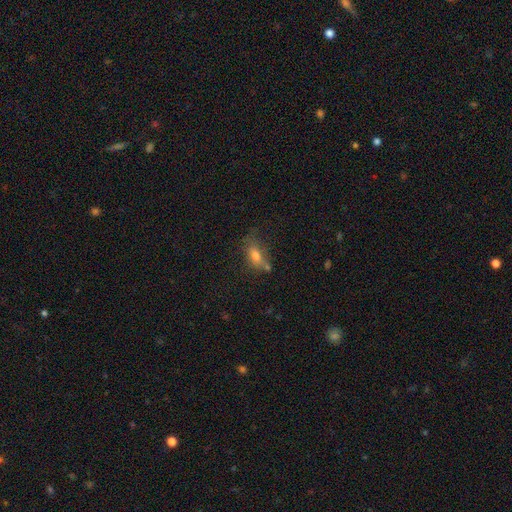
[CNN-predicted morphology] smooth_or_featured: smooth (p=0.65) [alt: featured or disk p=0.21]
how_rounded: in between (p=0.76) [alt: round p=0.12]
merging: none (p=0.47) [alt: minor disturbance p=0.25]